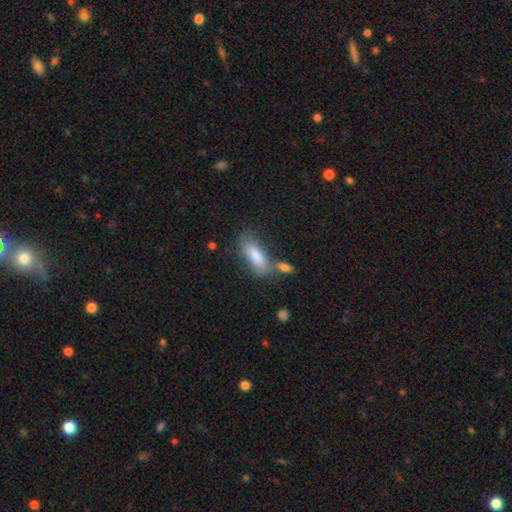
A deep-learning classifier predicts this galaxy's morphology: Smooth or featured: smooth — 78% (featured or disk — 15%)
How rounded: in between — 67% (cigar-shaped — 31%)
Merging: none — 54% (minor disturbance — 20%)